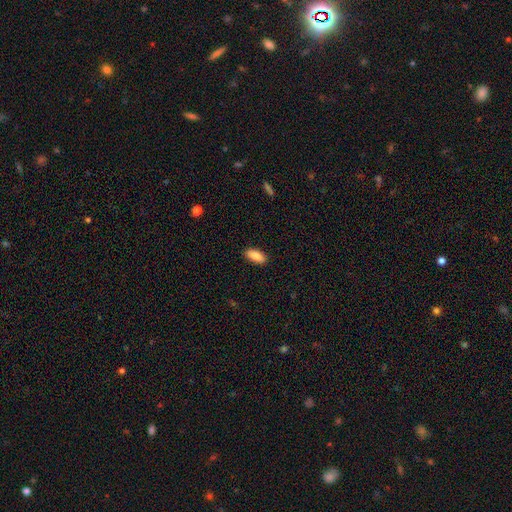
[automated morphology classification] This appears to be a smooth galaxy with no disk features (89%) that is in between round and cigar-shaped (85%). Merging: none (89%).